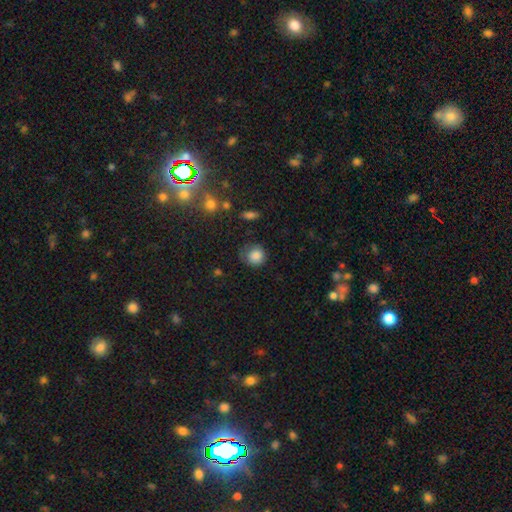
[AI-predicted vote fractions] Smooth or featured: smooth — 84% (star or artifact — 9%)
How rounded: round — 84% (in between — 15%)
Merging: none — 63% (minor disturbance — 26%)